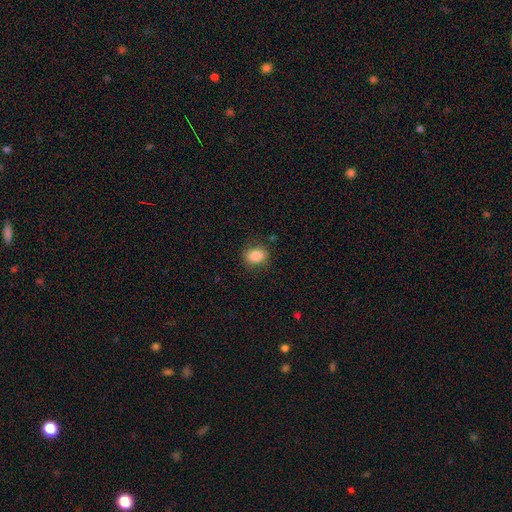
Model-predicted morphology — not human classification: Q: Smooth or featured?
A: smooth (86%); runner-up: star or artifact (9%)
Q: How rounded?
A: in between (57%); runner-up: round (42%)
Q: Merging?
A: none (83%); runner-up: minor disturbance (13%)